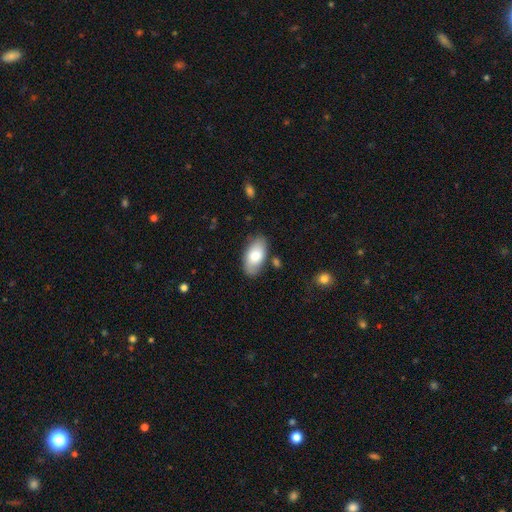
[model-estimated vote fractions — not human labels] The model was most divided on "smooth or featured": smooth: 77%, featured or disk: 17%, star or artifact: 6%. More confident: how rounded — in between (94%); merging — none (80%).